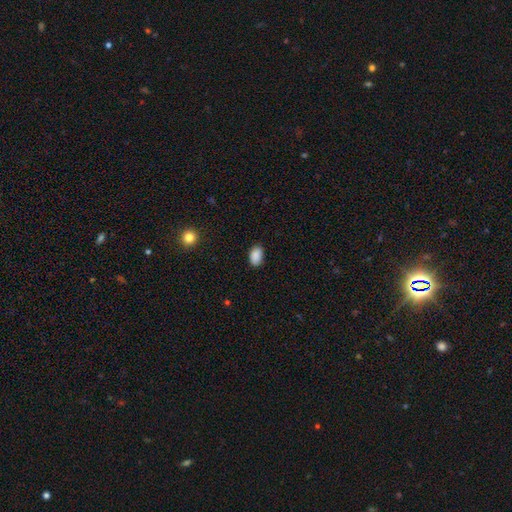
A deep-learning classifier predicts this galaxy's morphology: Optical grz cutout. It shows a smooth galaxy with no disk features (89%) that is in between round and cigar-shaped (90%). Merging: none (85%).